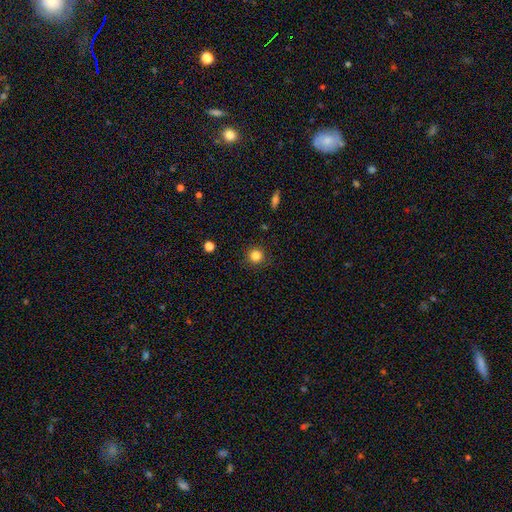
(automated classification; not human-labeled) A smooth galaxy with no disk features (84%) that is round (95%).

Vote fractions:
- Smooth or featured? smooth: 84% / star or artifact: 12% / featured or disk: 5%
- How rounded? round: 95% / in between: 5% / cigar-shaped: 1%
- Merging? none: 89% / minor disturbance: 7% / major disturbance: 2% / merger: 1%